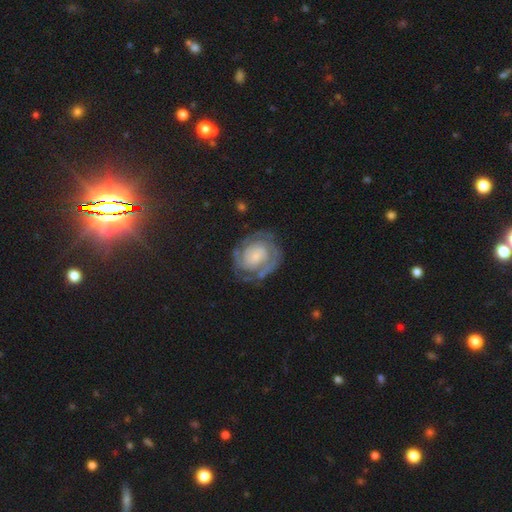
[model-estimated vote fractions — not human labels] This appears to be a featured or disk galaxy (82%) with no bar (65%), 2 (55%) tight (68%) spiral arms (94%) and a small central bulge (56%). Merging: none (72%).